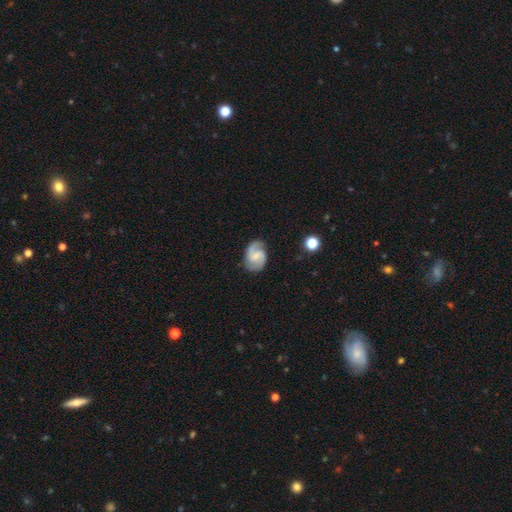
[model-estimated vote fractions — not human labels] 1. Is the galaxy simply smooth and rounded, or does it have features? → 82% featured or disk, 13% smooth, 5% star or artifact.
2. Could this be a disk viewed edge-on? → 98% no, 2% yes.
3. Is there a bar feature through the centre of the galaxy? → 52% weak, 35% no, 13% strong.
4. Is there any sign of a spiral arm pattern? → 97% yes, 3% no.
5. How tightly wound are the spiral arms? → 53% medium, 24% loose, 23% tight.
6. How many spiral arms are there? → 89% 2, 4% 1, 4% can't tell, 1% 3, 1% 4, 1% more than 4.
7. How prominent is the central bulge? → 52% small, 27% moderate, 18% none, 2% large, 1% dominant.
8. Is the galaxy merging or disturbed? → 77% none, 16% minor disturbance, 5% major disturbance, 2% merger.